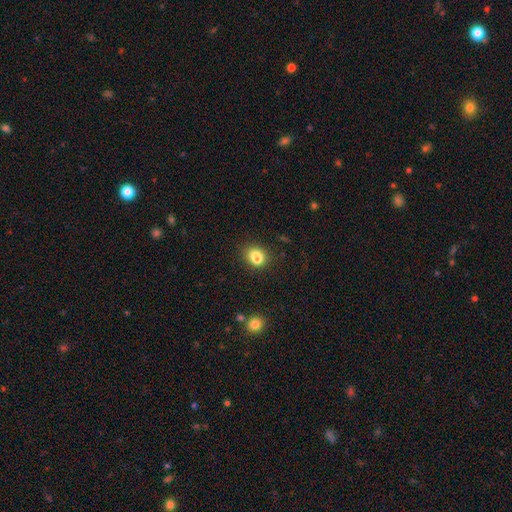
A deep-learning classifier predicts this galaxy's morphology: smooth 80%, star or artifact 11%, featured or disk 9%. Down the decision tree: how rounded — in between (50%); merging — none (64%).